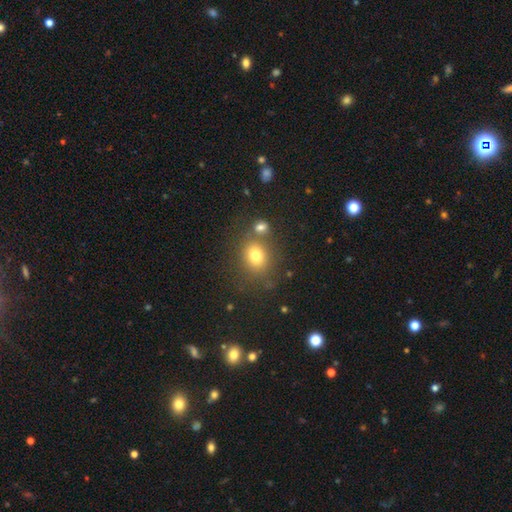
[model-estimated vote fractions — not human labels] Q: Smooth or featured?
A: smooth (76%); runner-up: star or artifact (14%)
Q: How rounded?
A: round (64%); runner-up: in between (35%)
Q: Merging?
A: none (66%); runner-up: merger (18%)